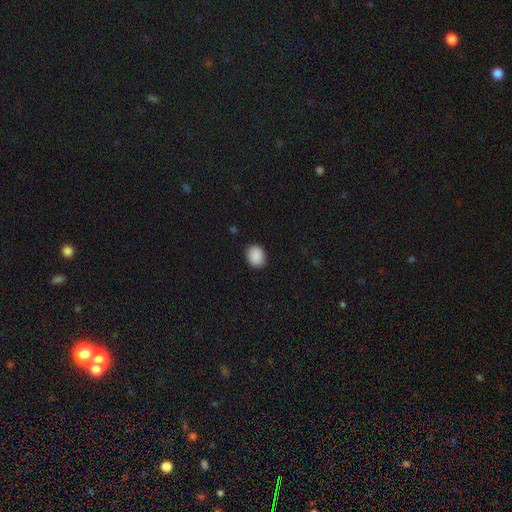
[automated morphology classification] type=smooth (90%); roundness=in between (53%); merging=none (88%).